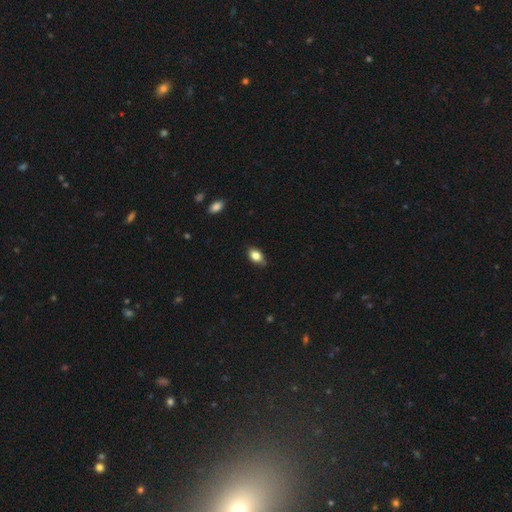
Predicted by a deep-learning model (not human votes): Smooth or featured? smooth (83%)
How rounded? in between (85%)
Merging? none (76%)